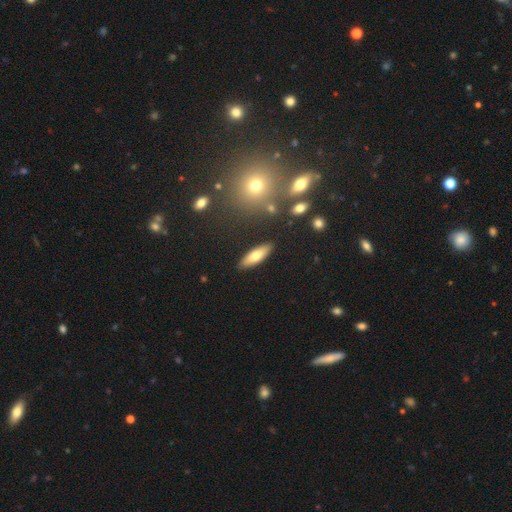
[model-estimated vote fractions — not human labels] Smooth or featured? Predicted: smooth (p=0.70). How rounded? Predicted: cigar-shaped (p=0.50). Merging? Predicted: none (p=0.88).